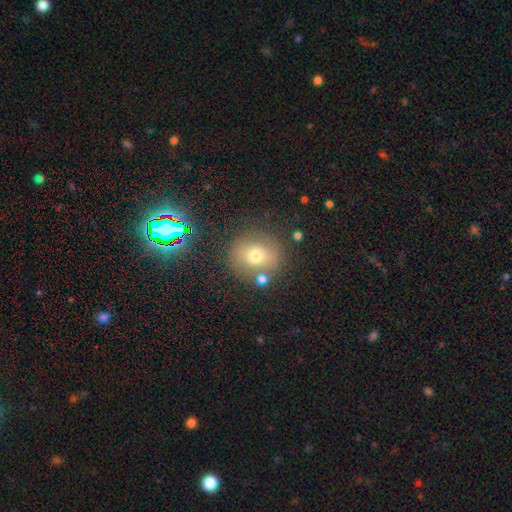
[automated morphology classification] A smooth galaxy with no disk features (64%) that is round (87%).

Vote fractions:
- Smooth or featured? smooth: 64% / featured or disk: 19% / star or artifact: 17%
- How rounded? round: 87% / in between: 12% / cigar-shaped: 1%
- Merging? none: 74% / minor disturbance: 12% / merger: 9% / major disturbance: 5%